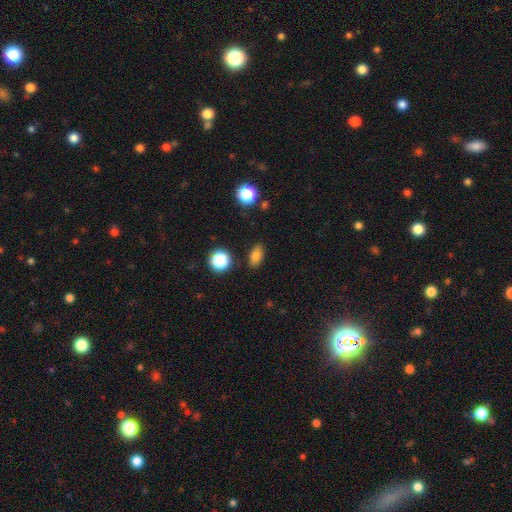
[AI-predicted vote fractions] Smooth or featured?
  - smooth: 79% *
  - star or artifact: 14%
  - featured or disk: 7%
How rounded?
  - in between: 84% *
  - round: 13%
  - cigar-shaped: 3%
Merging?
  - none: 85% *
  - minor disturbance: 10%
  - major disturbance: 3%
  - merger: 2%